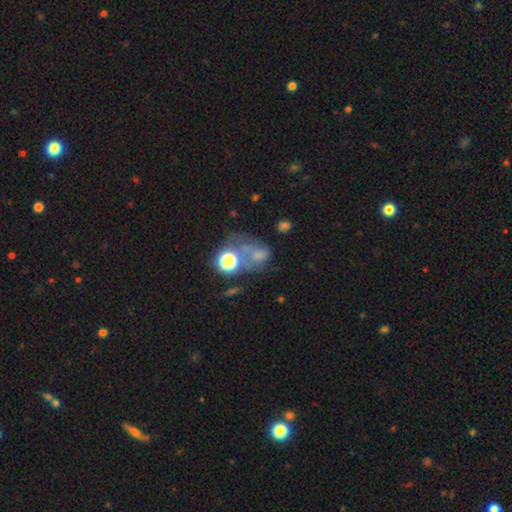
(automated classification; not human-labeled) A smooth galaxy with no disk features (49%). Merging: none (30%, tied with major disturbance).